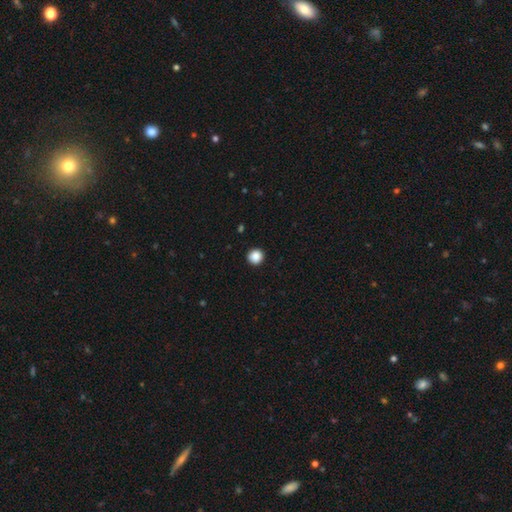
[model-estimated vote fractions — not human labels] smooth-or-featured: smooth: 88% | star or artifact: 10% | featured or disk: 3%
  how-rounded: round: 94% | in between: 5% | cigar-shaped: 1%
  merging: none: 93% | minor disturbance: 5% | major disturbance: 2% | merger: 1%